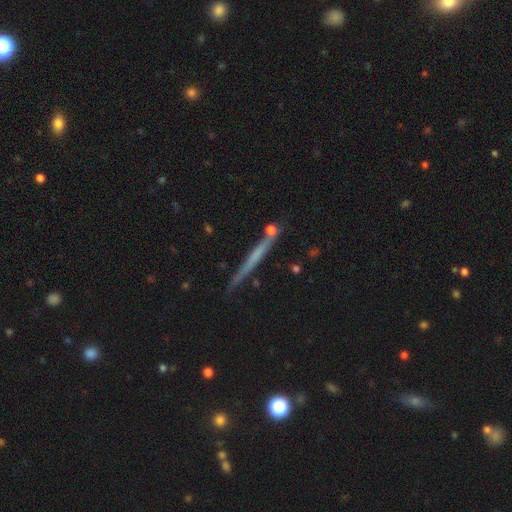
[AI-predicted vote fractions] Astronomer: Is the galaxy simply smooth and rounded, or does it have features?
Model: featured or disk — 51% (runner-up: smooth, 42%).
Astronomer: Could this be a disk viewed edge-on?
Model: yes — 97%.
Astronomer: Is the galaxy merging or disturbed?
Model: none — 83%.